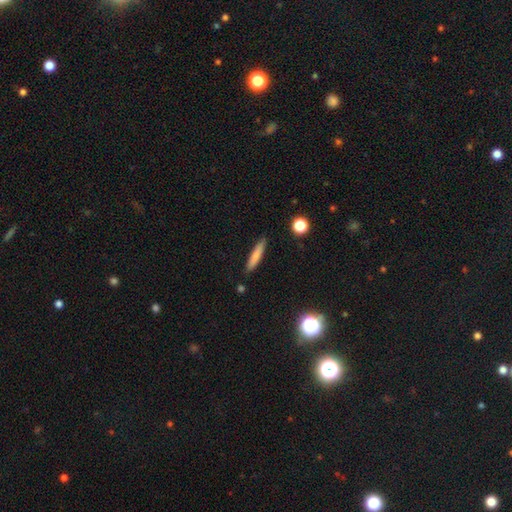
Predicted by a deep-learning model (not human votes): smooth 78%, featured or disk 15%, star or artifact 7%. Down the decision tree: how rounded — cigar-shaped (89%); merging — none (86%).